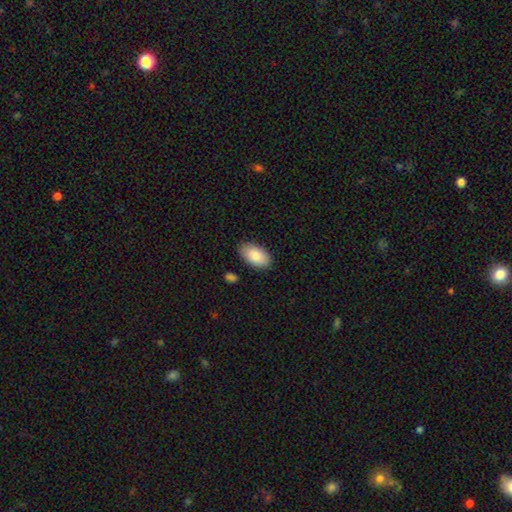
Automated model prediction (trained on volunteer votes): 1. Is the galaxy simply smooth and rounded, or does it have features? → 86% smooth, 8% featured or disk, 6% star or artifact.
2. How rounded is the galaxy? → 95% in between, 3% round, 2% cigar-shaped.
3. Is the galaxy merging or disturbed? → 85% none, 11% minor disturbance, 2% major disturbance, 2% merger.